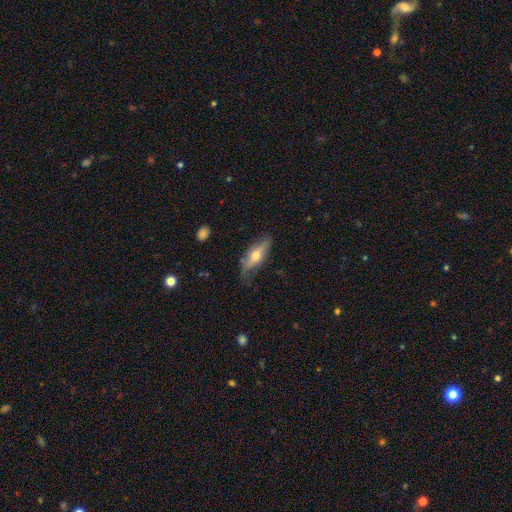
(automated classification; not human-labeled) A featured or disk galaxy (52%) viewed edge-on (74%). Merging: none (68%).